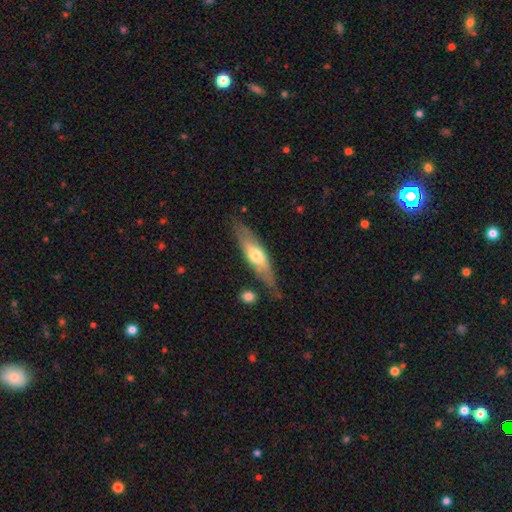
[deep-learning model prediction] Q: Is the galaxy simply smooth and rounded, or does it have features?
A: featured or disk — 49%.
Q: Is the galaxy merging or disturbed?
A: none — 71%.